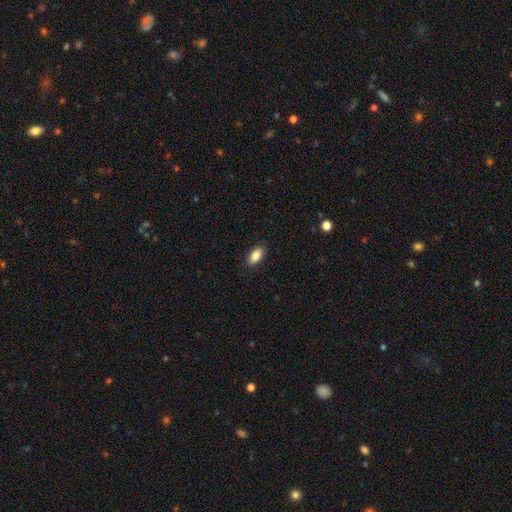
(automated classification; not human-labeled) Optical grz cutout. It shows a smooth galaxy with no disk features (87%) that is in between round and cigar-shaped (92%). Merging: none (89%).